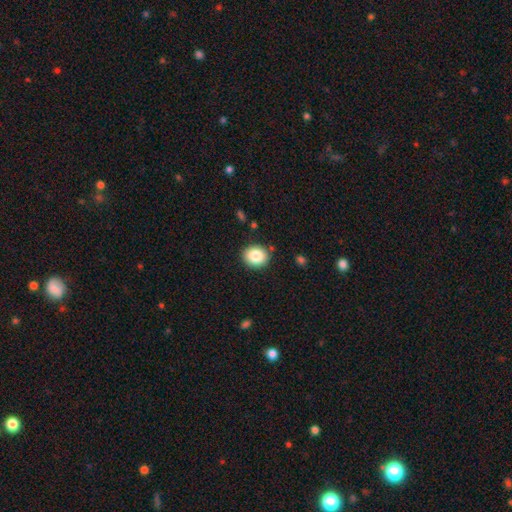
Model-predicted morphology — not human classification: The model was most divided on "how rounded": round: 70%, in between: 29%, cigar-shaped: 1%. More confident: merging — none (88%); smooth or featured — smooth (84%).